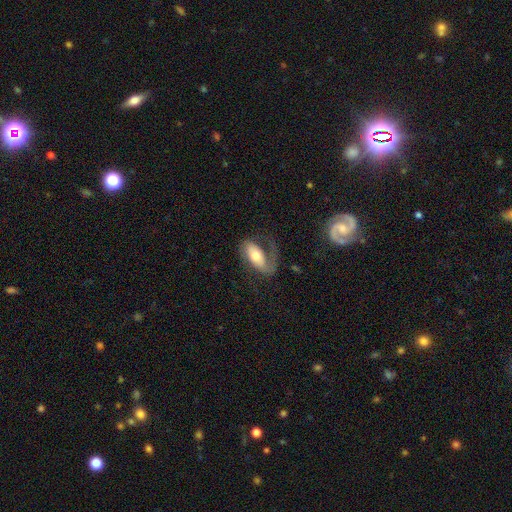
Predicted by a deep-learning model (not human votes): The model was most divided on "merging": none: 44%, major disturbance: 34%, minor disturbance: 19%, merger: 2%. More confident: edge-on disk — no (91%); spiral arms — yes (79%); bulge size — moderate (64%); smooth or featured — featured or disk (58%); bar — no (51%).